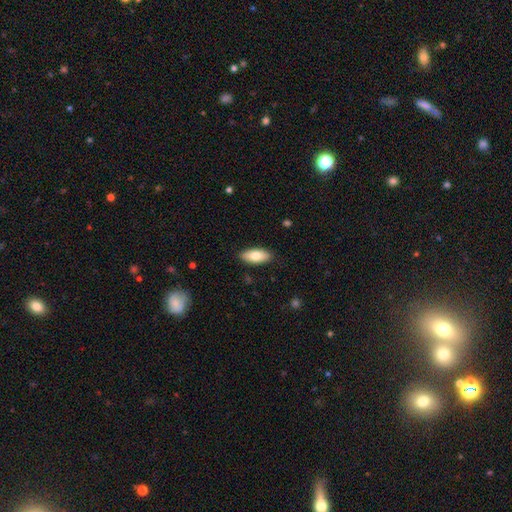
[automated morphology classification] smooth_or_featured: smooth (p=0.79) [alt: featured or disk p=0.15]
how_rounded: in between (p=0.87) [alt: cigar-shaped p=0.10]
merging: none (p=0.87) [alt: minor disturbance p=0.10]